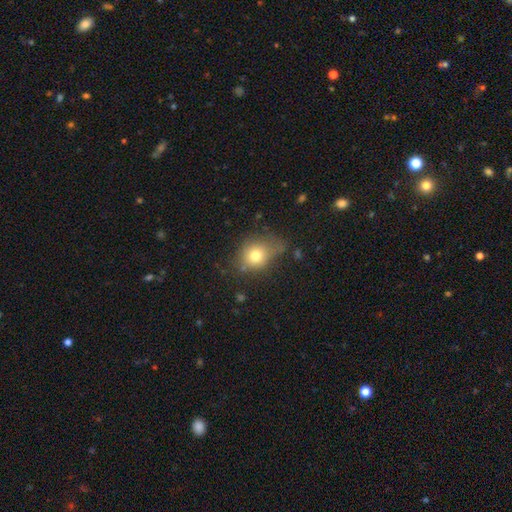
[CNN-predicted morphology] This appears to be a smooth galaxy with no disk features (75%) that is round (65%). Merging: none (50%).